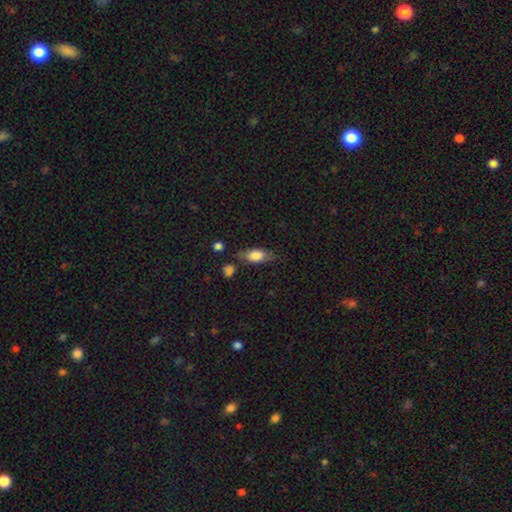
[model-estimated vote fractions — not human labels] Smooth or featured? smooth (70%)
How rounded? in between (79%)
Merging? none (67%)